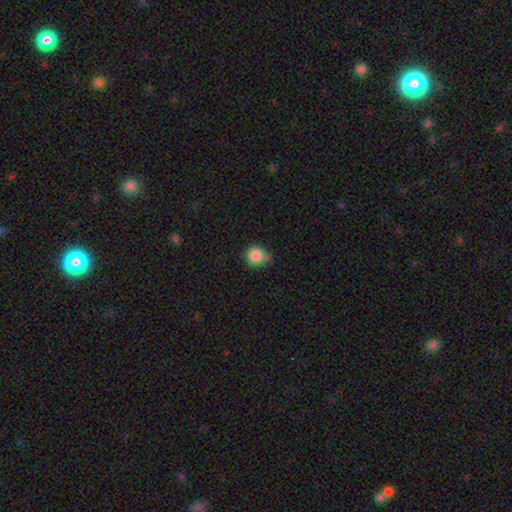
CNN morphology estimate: Overall: smooth (86%). How rounded: round (87%). Merging: none (58%; minor disturbance 31%).